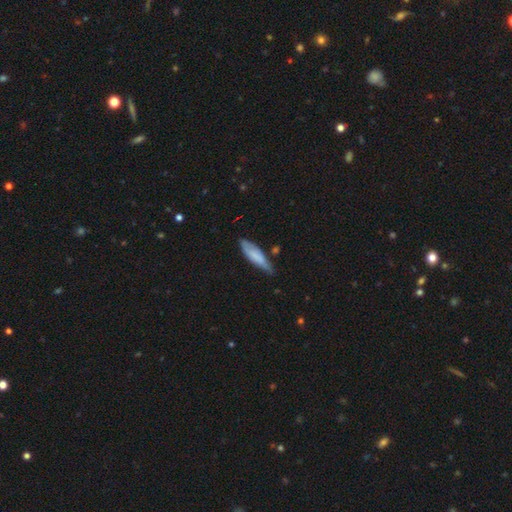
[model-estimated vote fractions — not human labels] smooth 71%, featured or disk 23%, star or artifact 6%. Down the decision tree: how rounded — cigar-shaped (58%); merging — none (57%).